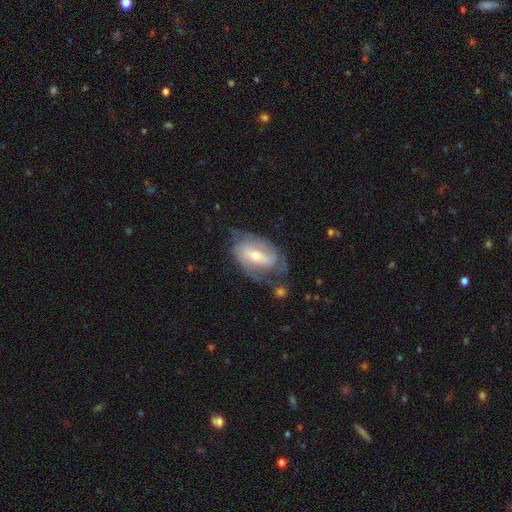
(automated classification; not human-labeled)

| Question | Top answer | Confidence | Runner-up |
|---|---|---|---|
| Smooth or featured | featured or disk | 75% | smooth (19%) |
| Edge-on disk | no | 95% | yes (5%) |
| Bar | weak | 43% | strong (29%) |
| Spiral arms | yes | 84% | no (16%) |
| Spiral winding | medium | 40% | tight (38%) |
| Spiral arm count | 2 | 57% | can't tell (25%) |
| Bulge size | moderate | 51% | small (44%) |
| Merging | none | 49% | minor disturbance (27%) |